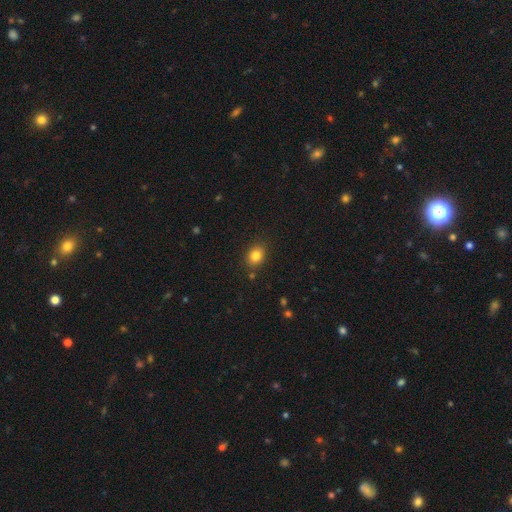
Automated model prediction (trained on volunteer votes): Morphology: type=smooth (83%); roundness=in between (52%); merging=none (84%).